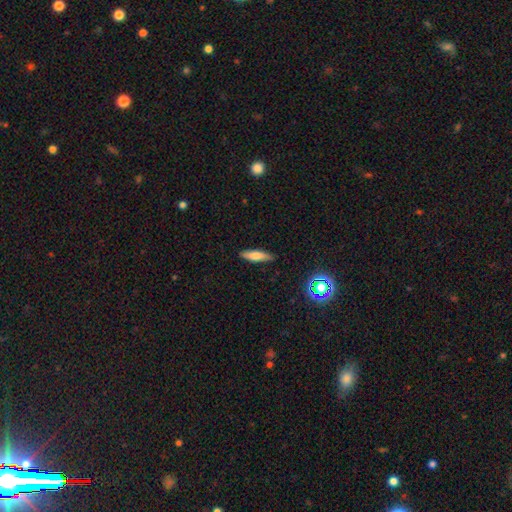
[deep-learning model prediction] Morphology: type=smooth (72%); roundness=cigar-shaped (66%); merging=none (85%).